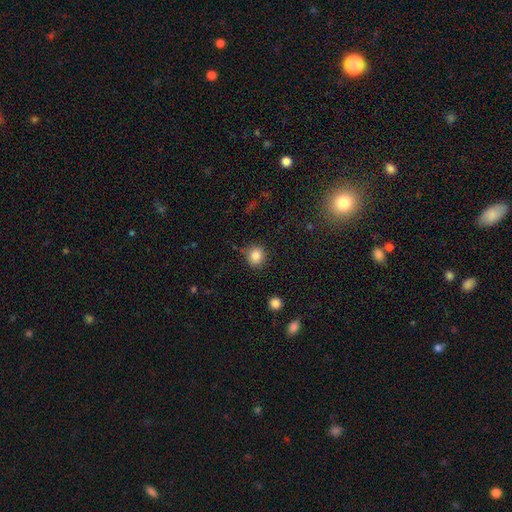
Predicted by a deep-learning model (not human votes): Smooth or featured?
  - smooth: 83% *
  - star or artifact: 11%
  - featured or disk: 6%
How rounded?
  - round: 85% *
  - in between: 14%
  - cigar-shaped: 1%
Merging?
  - none: 81% *
  - minor disturbance: 13%
  - major disturbance: 3%
  - merger: 3%